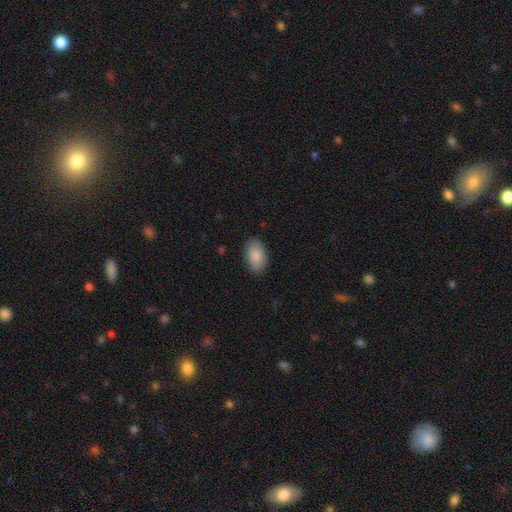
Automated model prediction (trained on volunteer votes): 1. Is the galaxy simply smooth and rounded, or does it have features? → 88% smooth, 6% featured or disk, 6% star or artifact.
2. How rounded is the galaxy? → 92% in between, 6% round, 1% cigar-shaped.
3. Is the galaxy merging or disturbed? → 86% none, 11% minor disturbance, 2% major disturbance, 1% merger.